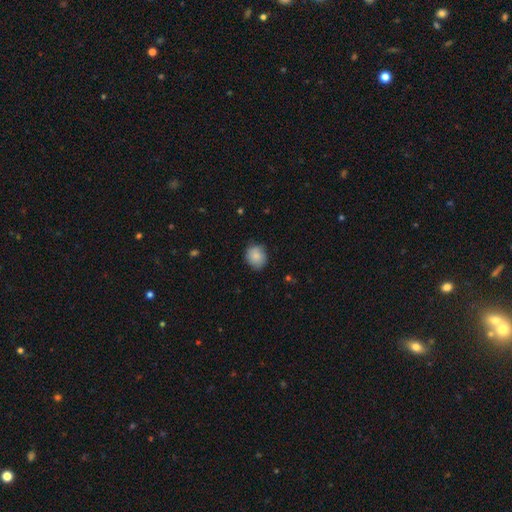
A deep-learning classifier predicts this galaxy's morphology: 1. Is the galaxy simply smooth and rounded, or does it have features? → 81% smooth, 11% featured or disk, 7% star or artifact.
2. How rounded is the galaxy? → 74% round, 25% in between, 1% cigar-shaped.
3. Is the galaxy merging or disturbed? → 76% none, 19% minor disturbance, 3% major disturbance, 1% merger.